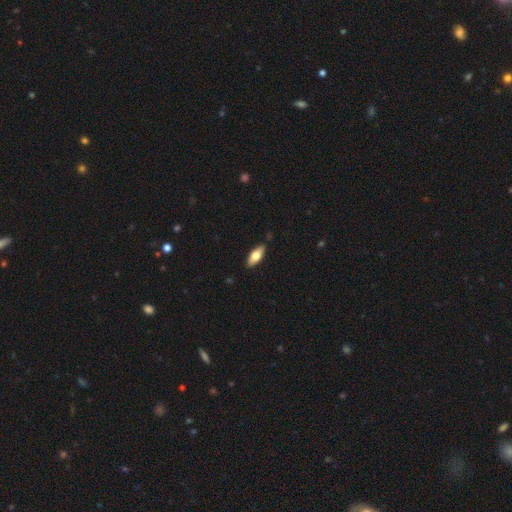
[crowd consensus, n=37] Q: Smooth or featured?
A: smooth (78%); runner-up: featured or disk (22%)
Q: How rounded?
A: in between (76%); runner-up: cigar-shaped (17%)
Q: Merging?
A: none (84%); runner-up: minor disturbance (11%)